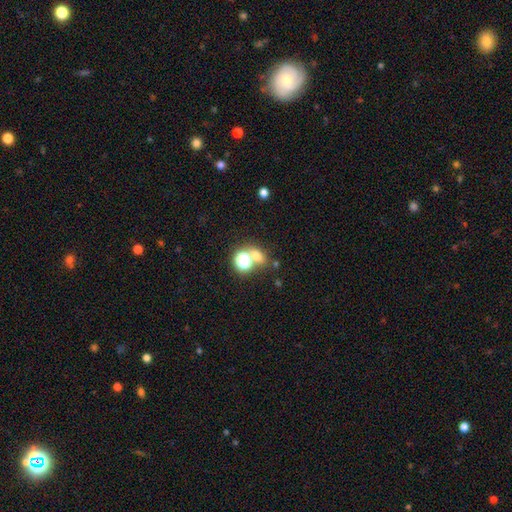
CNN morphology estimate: Overall: smooth (62%; star or artifact 28%). How rounded: round (53%; in between 44%). Merging: none (57%; merger 29%).